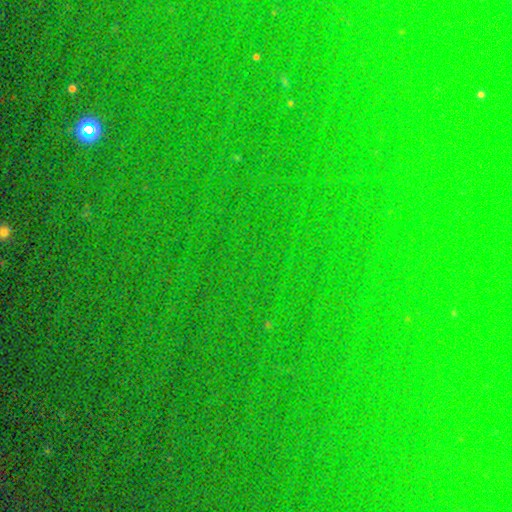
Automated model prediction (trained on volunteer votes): Morphology: type=star or artifact (81%).